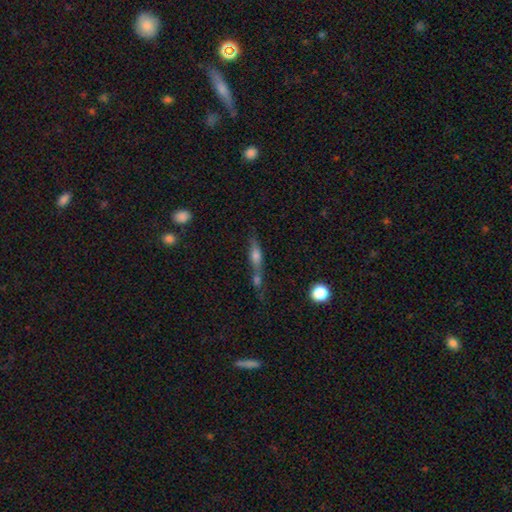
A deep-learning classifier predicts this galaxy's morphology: This appears to be a smooth galaxy with no disk features (44%). Merging: merger (43%).